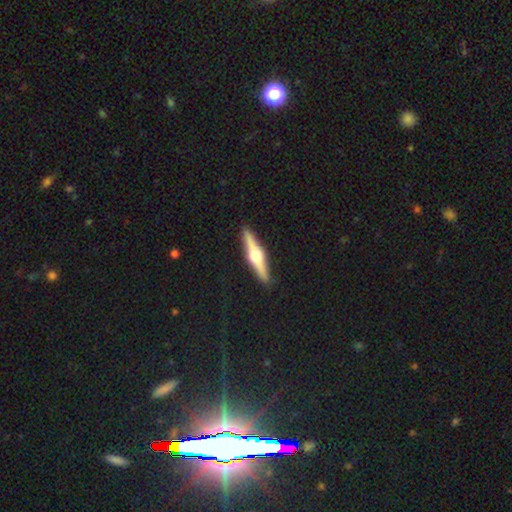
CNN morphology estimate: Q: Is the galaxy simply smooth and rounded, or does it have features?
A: featured or disk — 73%.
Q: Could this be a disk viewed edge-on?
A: yes — 98%.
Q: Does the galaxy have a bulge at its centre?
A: rounded — 96%.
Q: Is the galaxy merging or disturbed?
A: none — 92%.